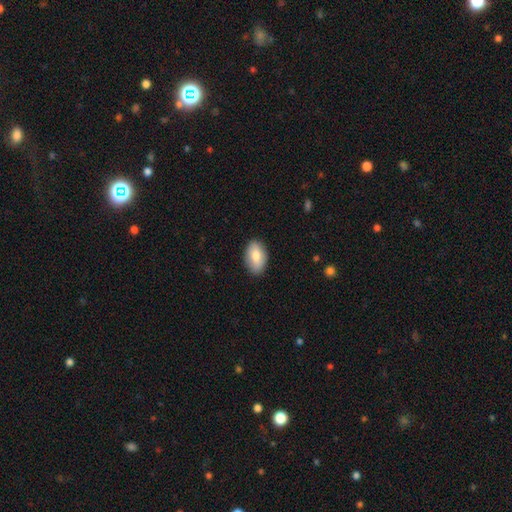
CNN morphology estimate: type=smooth (76%); roundness=in between (91%); merging=none (86%).